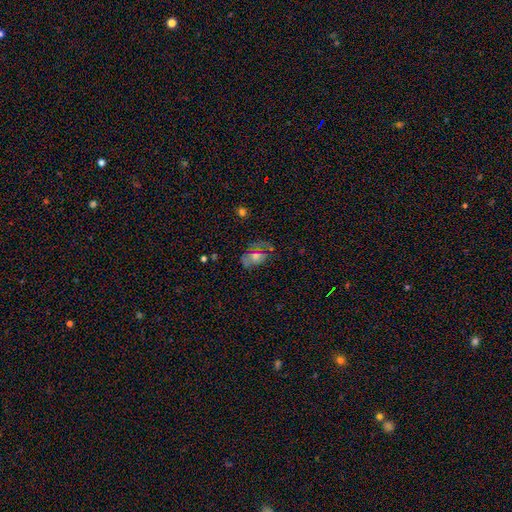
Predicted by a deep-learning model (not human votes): featured or disk 58%, smooth 29%, star or artifact 14%. Down the decision tree: edge-on disk — no (94%); bar — no (71%); spiral arms — yes (56%); bulge size — moderate (51%); merging — none (52%).